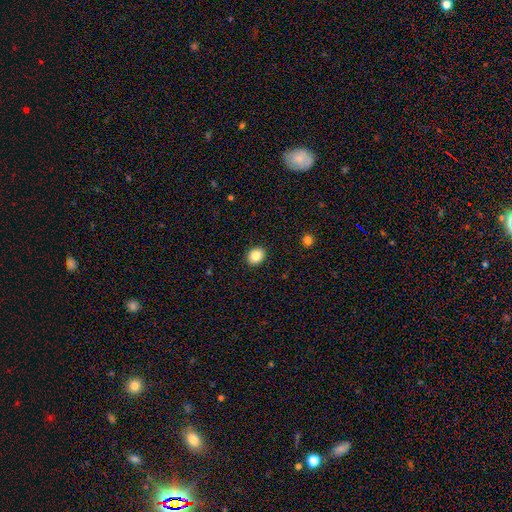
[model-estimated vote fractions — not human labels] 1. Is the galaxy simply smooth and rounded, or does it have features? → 84% smooth, 9% star or artifact, 7% featured or disk.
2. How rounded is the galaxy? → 59% round, 41% in between, 1% cigar-shaped.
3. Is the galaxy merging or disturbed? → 92% none, 6% minor disturbance, 2% major disturbance, 1% merger.